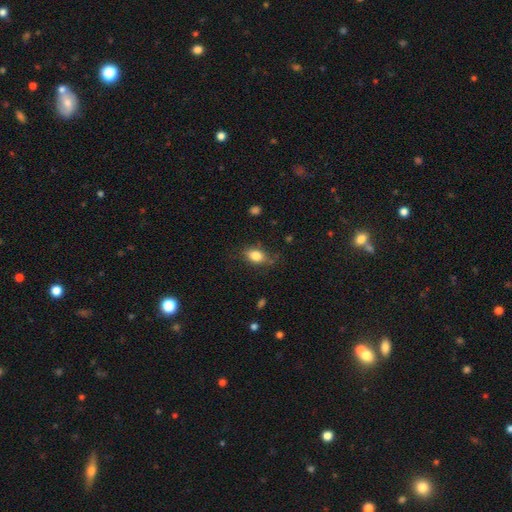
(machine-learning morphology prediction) Q: Smooth or featured?
A: smooth (82%); runner-up: featured or disk (9%)
Q: How rounded?
A: in between (81%); runner-up: round (15%)
Q: Merging?
A: none (71%); runner-up: minor disturbance (21%)